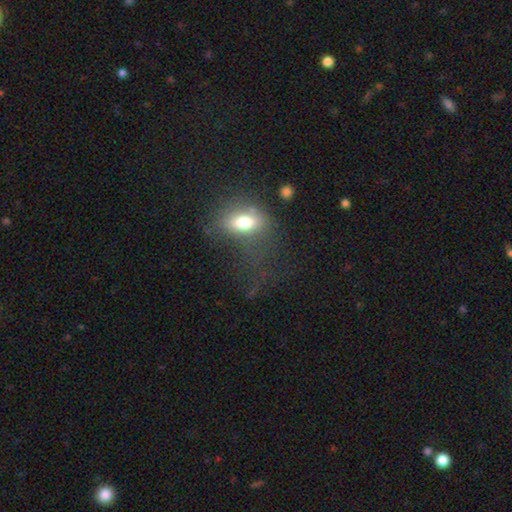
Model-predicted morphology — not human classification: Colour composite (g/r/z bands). It shows a smooth galaxy with no disk features (50%) that is in between round and cigar-shaped (68%). Merging: major disturbance (40%).